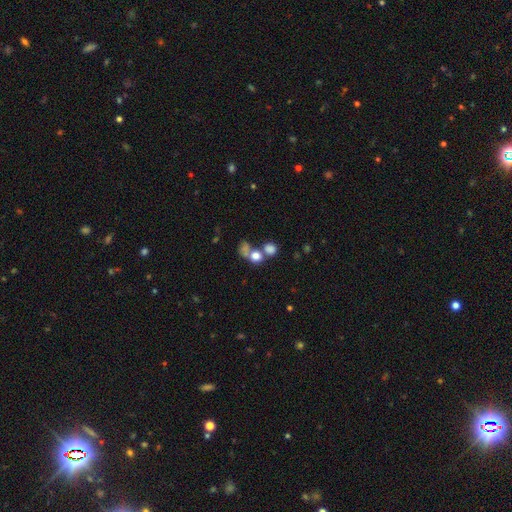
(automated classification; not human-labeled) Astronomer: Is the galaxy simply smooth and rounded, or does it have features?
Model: smooth — 70%.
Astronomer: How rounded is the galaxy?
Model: round — 75%.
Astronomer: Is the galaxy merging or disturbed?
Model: merger — 43% (runner-up: none, 37%).